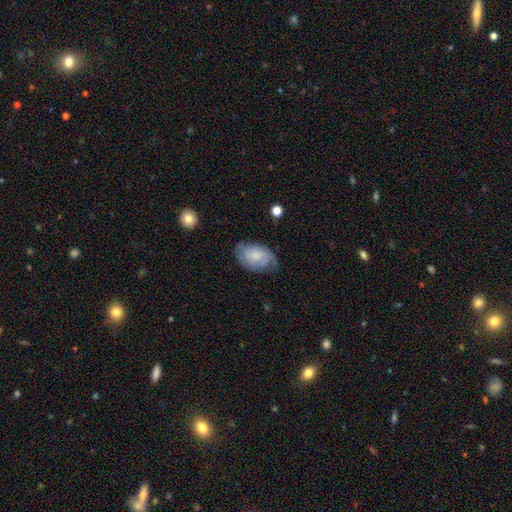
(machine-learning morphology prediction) Smooth or featured?
  - smooth: 51% *
  - featured or disk: 42%
  - star or artifact: 7%
How rounded?
  - in between: 88% *
  - round: 10%
  - cigar-shaped: 1%
Merging?
  - none: 58% *
  - minor disturbance: 30%
  - major disturbance: 11%
  - merger: 1%